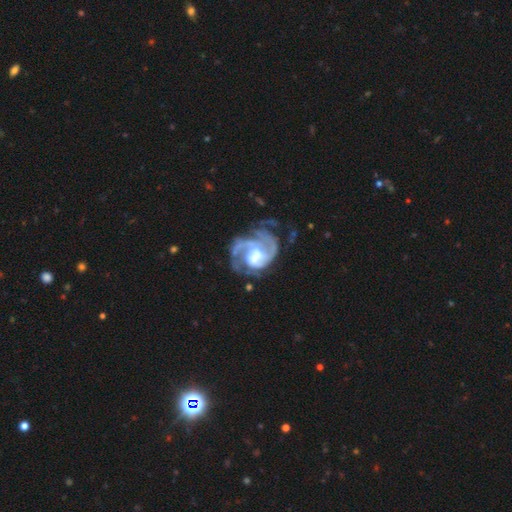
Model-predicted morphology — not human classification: smooth_or_featured: featured or disk (p=0.88) [alt: smooth p=0.07]
disk_edge_on: no (p=0.98) [alt: yes p=0.02]
bar: weak (p=0.45) [alt: no p=0.39]
has_spiral_arms: yes (p=0.95) [alt: no p=0.05]
spiral_winding: medium (p=0.46) [alt: tight p=0.39]
spiral_arm_count: 2 (p=0.39) [alt: 3 p=0.23]
bulge_size: moderate (p=0.42) [alt: large p=0.31]
merging: none (p=0.46) [alt: major disturbance p=0.29]